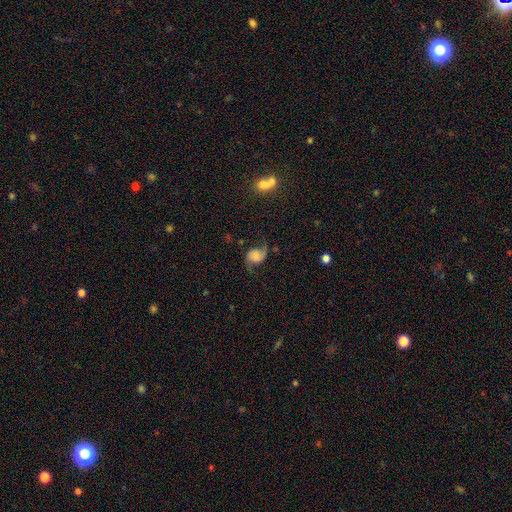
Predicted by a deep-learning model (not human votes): featured or disk 64%, smooth 26%, star or artifact 10%. Down the decision tree: edge-on disk — no (97%); bar — no (66%); spiral arms — yes (94%); spiral arm count — 2 (87%); spiral winding — loose (66%); bulge size — small (35%); merging — none (60%).